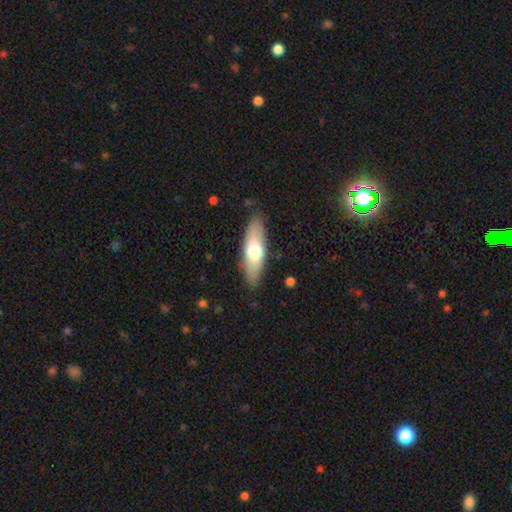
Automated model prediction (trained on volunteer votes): Smooth or featured? Predicted: smooth (p=0.59). How rounded? Predicted: cigar-shaped (p=0.49). Merging? Predicted: none (p=0.87).